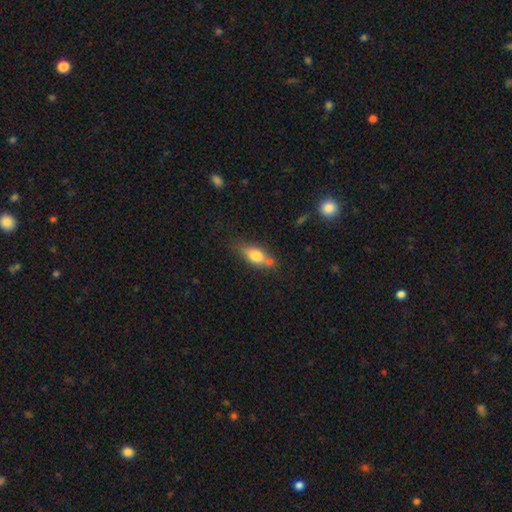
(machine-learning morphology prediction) Smooth or featured: smooth — 71% (featured or disk — 21%)
How rounded: in between — 76% (cigar-shaped — 16%)
Merging: none — 60% (minor disturbance — 21%)